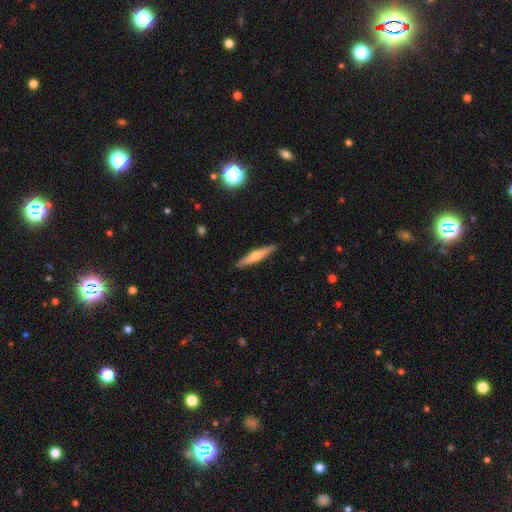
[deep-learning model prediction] Q: Smooth or featured?
A: featured or disk (52%); runner-up: smooth (42%)
Q: Edge-on disk?
A: yes (96%); runner-up: no (4%)
Q: Merging?
A: none (91%); runner-up: minor disturbance (7%)